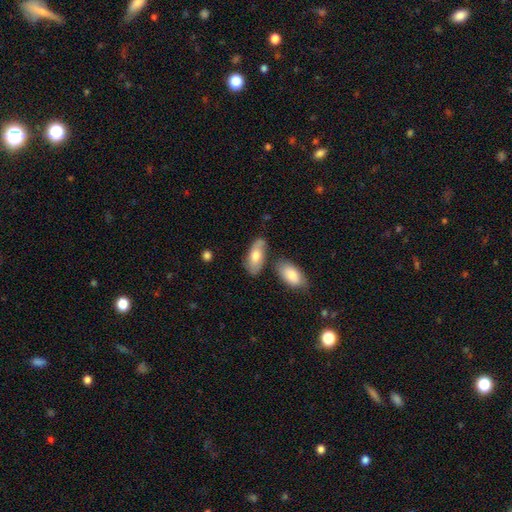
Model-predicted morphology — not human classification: Overall: smooth (66%; featured or disk 28%). How rounded: in between (89%). Merging: none (64%).